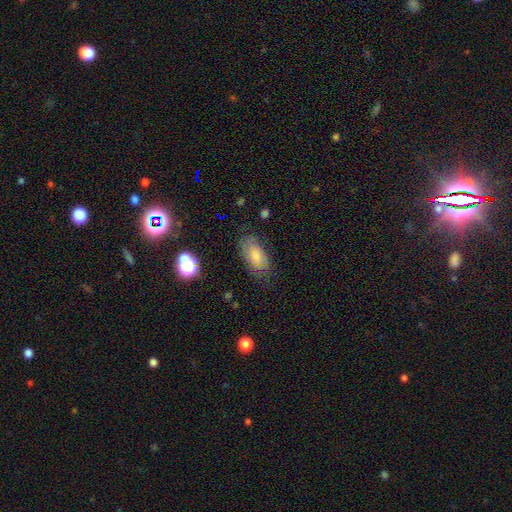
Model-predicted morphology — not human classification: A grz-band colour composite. It shows a smooth galaxy with no disk features (51%) that is in between round and cigar-shaped (90%). Merging: none (74%).